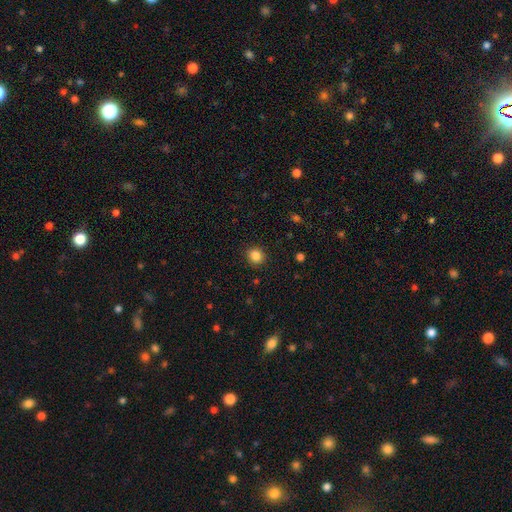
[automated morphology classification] The model was most divided on "how rounded": round: 86%, in between: 13%, cigar-shaped: 1%. More confident: merging — none (90%); smooth or featured — smooth (85%).